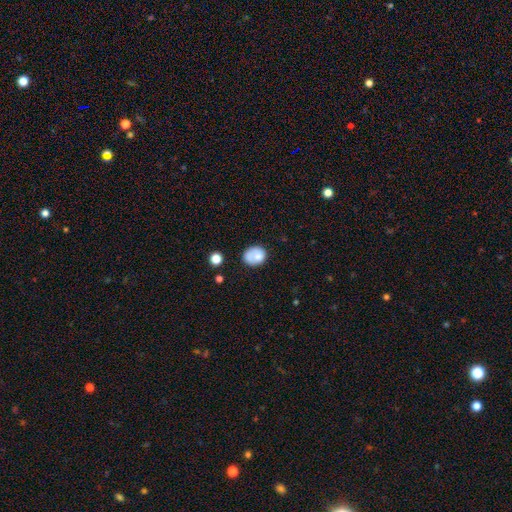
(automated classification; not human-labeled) This is likely a smooth galaxy (75%). How rounded: likely round (60%). Merging: possibly none (59%).